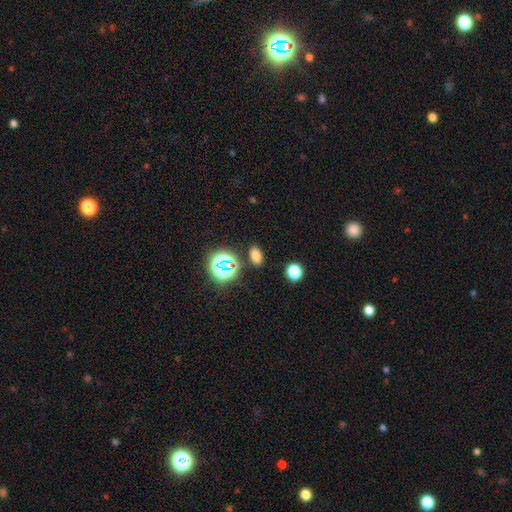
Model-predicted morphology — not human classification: Q: Smooth or featured?
A: smooth (71%); runner-up: star or artifact (23%)
Q: How rounded?
A: in between (83%); runner-up: round (14%)
Q: Merging?
A: none (86%); runner-up: minor disturbance (8%)